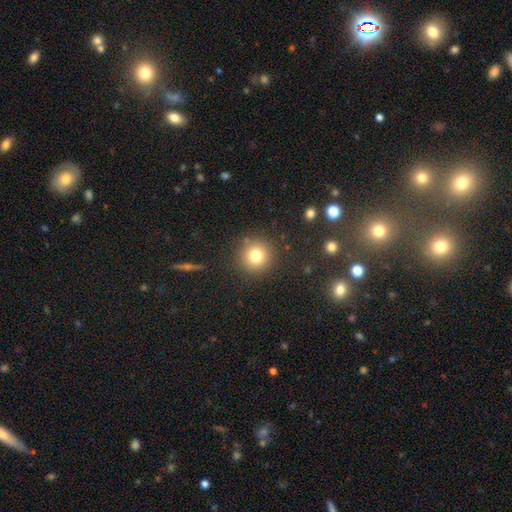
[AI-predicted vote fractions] smooth_or_featured: smooth (p=0.78) [alt: star or artifact p=0.13]
how_rounded: round (p=0.94) [alt: in between p=0.05]
merging: none (p=0.87) [alt: minor disturbance p=0.07]